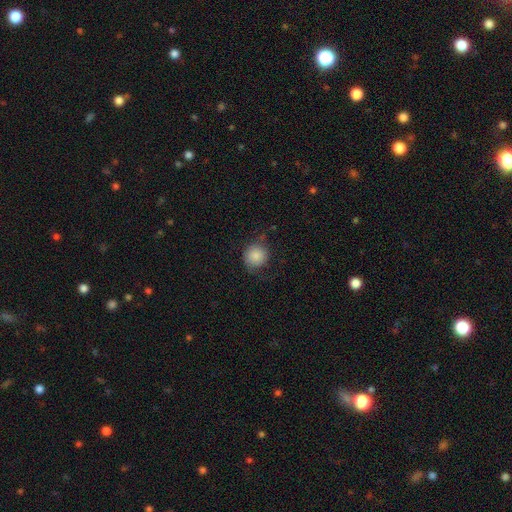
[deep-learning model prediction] smooth 83%, featured or disk 9%, star or artifact 8%. Down the decision tree: how rounded — round (89%); merging — none (71%).